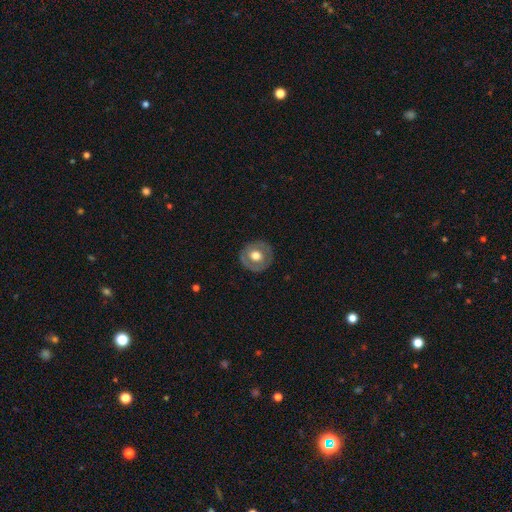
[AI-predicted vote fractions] Overall: smooth (50%; featured or disk 44%). Merging: none (85%).